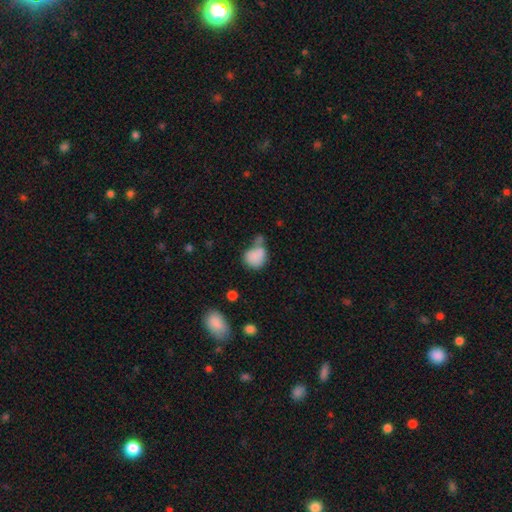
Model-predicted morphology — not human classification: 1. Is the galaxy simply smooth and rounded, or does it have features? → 83% smooth, 9% star or artifact, 8% featured or disk.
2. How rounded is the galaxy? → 63% round, 36% in between, 1% cigar-shaped.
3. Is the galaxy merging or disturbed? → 35% none, 32% merger, 20% minor disturbance, 13% major disturbance.